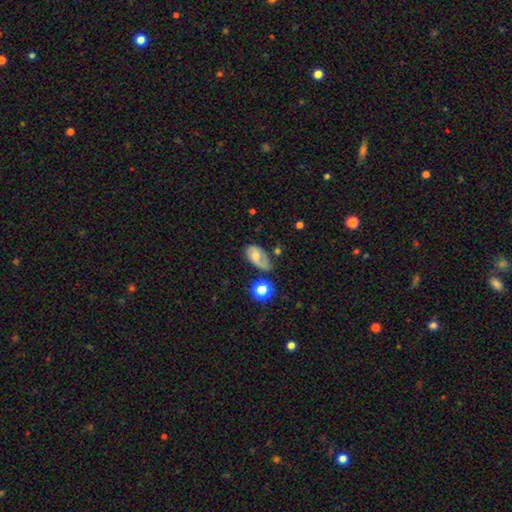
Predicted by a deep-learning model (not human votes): Smooth or featured: smooth — 48% (featured or disk — 42%)
Merging: none — 42% (minor disturbance — 31%)